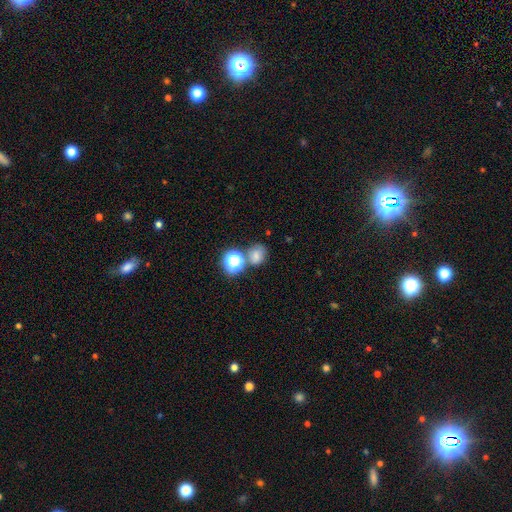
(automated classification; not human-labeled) Overall: smooth (70%). How rounded: round (63%; in between 36%). Merging: none (58%; merger 24%).